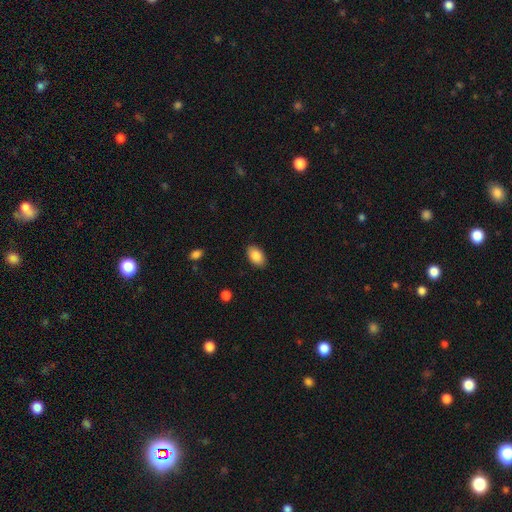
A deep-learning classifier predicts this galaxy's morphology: Smooth or featured? Predicted: smooth (p=0.88). How rounded? Predicted: in between (p=0.92). Merging? Predicted: none (p=0.87).